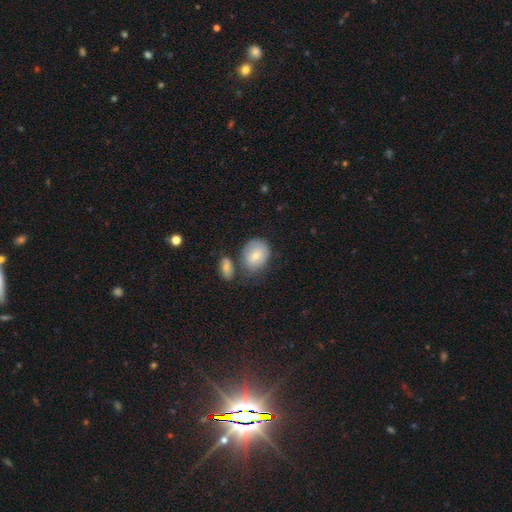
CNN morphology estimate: Smooth or featured? smooth (67%)
How rounded? round (51%)
Merging? none (51%)